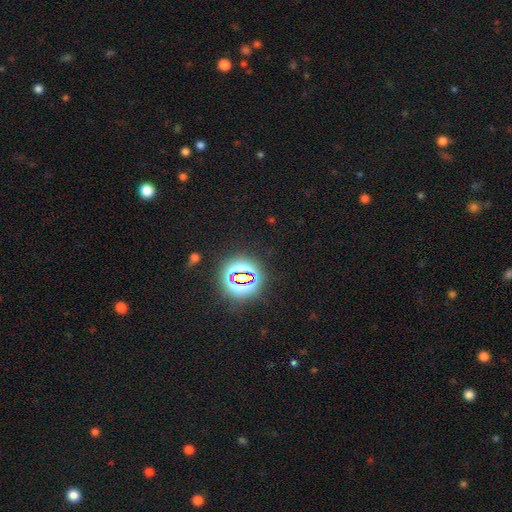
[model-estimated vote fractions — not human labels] The model was most divided on "smooth or featured": star or artifact: 82%, smooth: 13%, featured or disk: 5%.